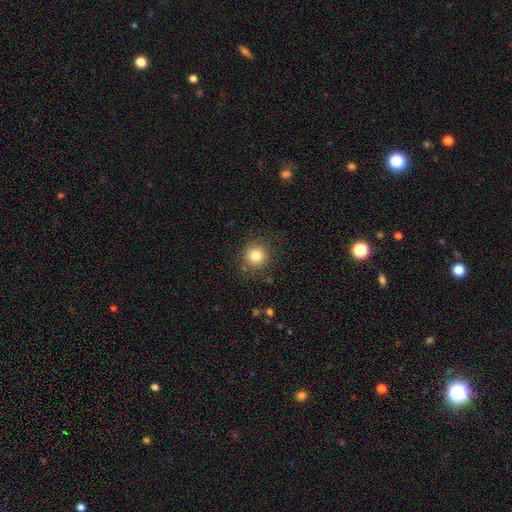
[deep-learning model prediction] Q: Smooth or featured?
A: smooth (81%); runner-up: star or artifact (12%)
Q: How rounded?
A: round (94%); runner-up: in between (5%)
Q: Merging?
A: none (86%); runner-up: minor disturbance (9%)